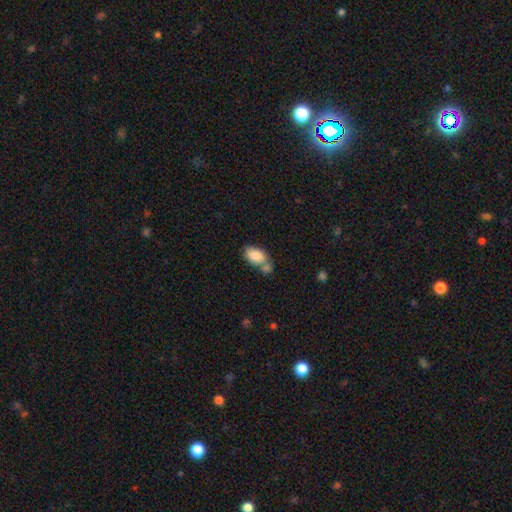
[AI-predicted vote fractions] smooth-or-featured: smooth: 85% | featured or disk: 8% | star or artifact: 7%
  how-rounded: in between: 92% | round: 6% | cigar-shaped: 2%
  merging: none: 41% (tied) | merger: 41% (tied) | minor disturbance: 13% | major disturbance: 5%